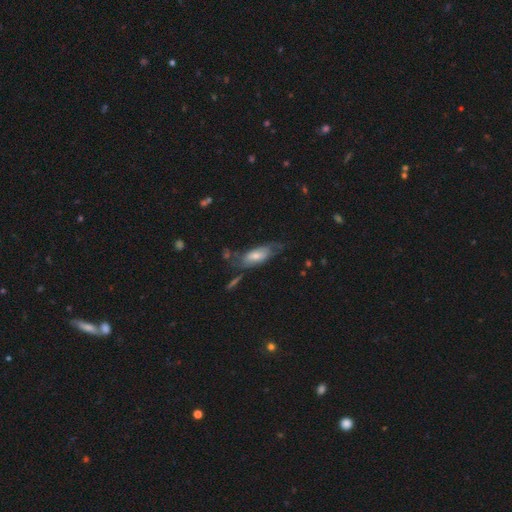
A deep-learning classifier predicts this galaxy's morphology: Q: Smooth or featured?
A: featured or disk (47%); runner-up: smooth (44%)
Q: Merging?
A: none (50%); runner-up: minor disturbance (27%)